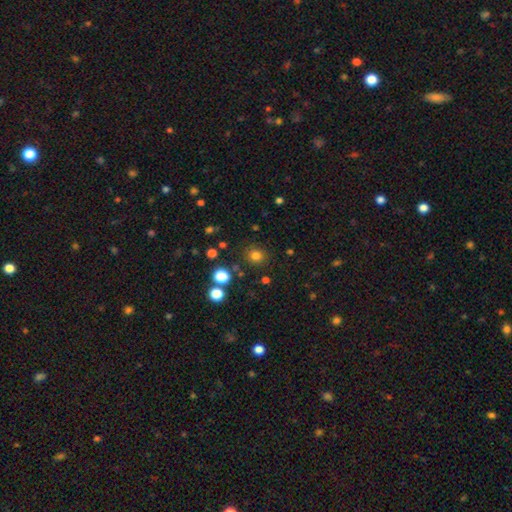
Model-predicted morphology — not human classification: Smooth or featured? Predicted: smooth (p=0.79). How rounded? Predicted: round (p=0.88). Merging? Predicted: none (p=0.86).